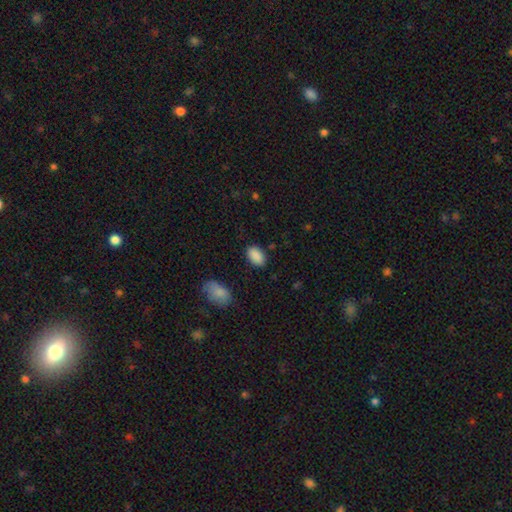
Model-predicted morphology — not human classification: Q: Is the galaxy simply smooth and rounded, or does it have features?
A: smooth — 89%.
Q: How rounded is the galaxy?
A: in between — 92%.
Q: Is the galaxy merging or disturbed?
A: none — 85%.